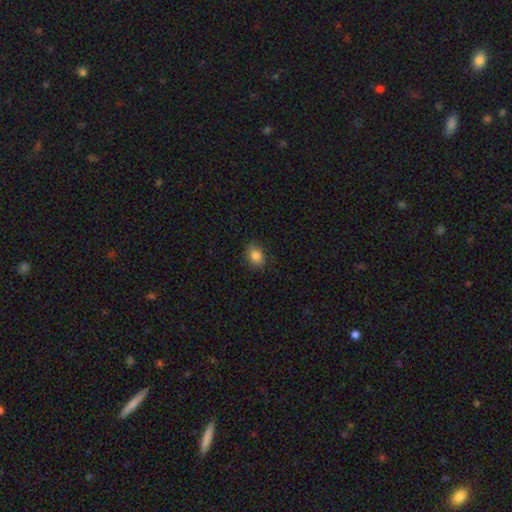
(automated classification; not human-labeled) A smooth galaxy with no disk features (84%) that is in between round and cigar-shaped (60%). Merging: none (84%).